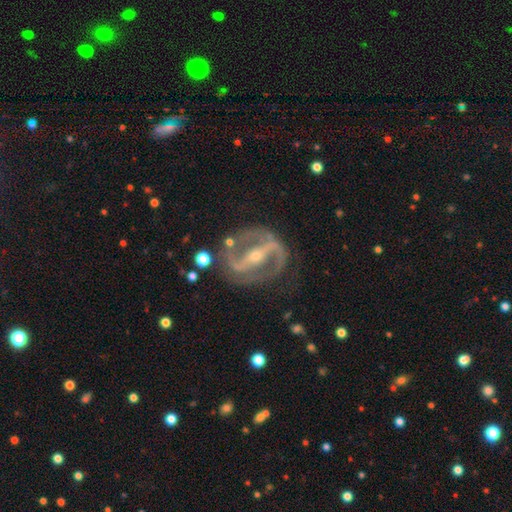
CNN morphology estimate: Smooth or featured? featured or disk (90%)
Edge-on disk? no (94%)
Bar? strong (80%)
Spiral arms? yes (88%)
Spiral winding? medium (48%)
Spiral arm count? 2 (89%)
Bulge size? small (60%)
Merging? none (77%)